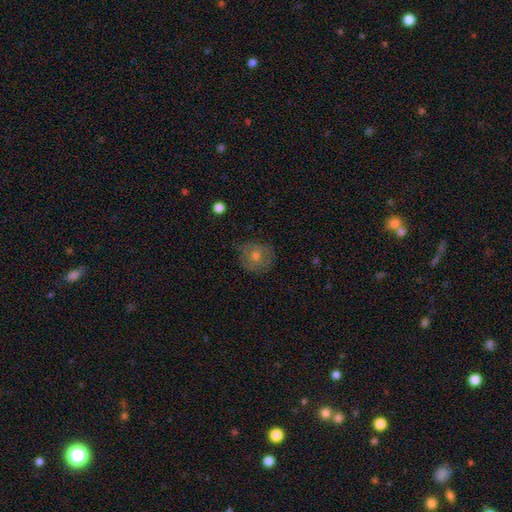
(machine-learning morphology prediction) smooth-or-featured: smooth: 59% | featured or disk: 29% | star or artifact: 12%
  how-rounded: round: 86% | in between: 13% | cigar-shaped: 1%
  merging: none: 76% | minor disturbance: 18% | major disturbance: 5% | merger: 1%